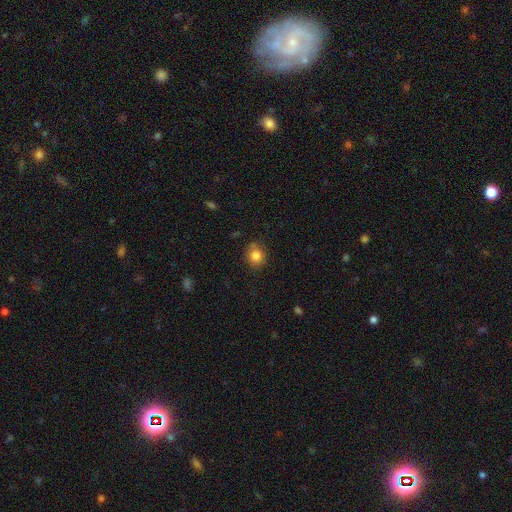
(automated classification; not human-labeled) Smooth or featured?
  - smooth: 84% *
  - star or artifact: 11%
  - featured or disk: 6%
How rounded?
  - round: 79% *
  - in between: 20%
  - cigar-shaped: 1%
Merging?
  - none: 81% *
  - minor disturbance: 14%
  - major disturbance: 3%
  - merger: 2%